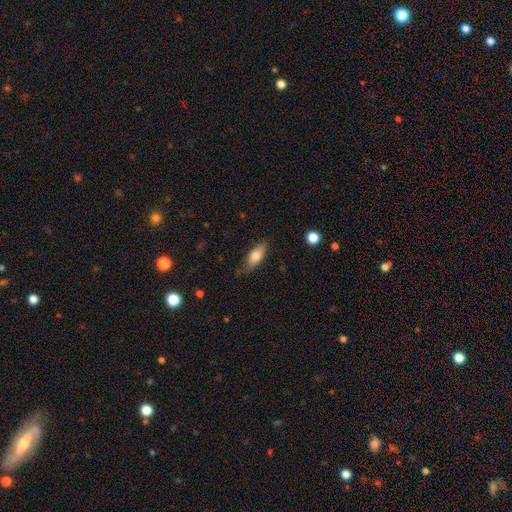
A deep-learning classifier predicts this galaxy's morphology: Smooth or featured? smooth (71%)
How rounded? in between (72%)
Merging? none (69%)